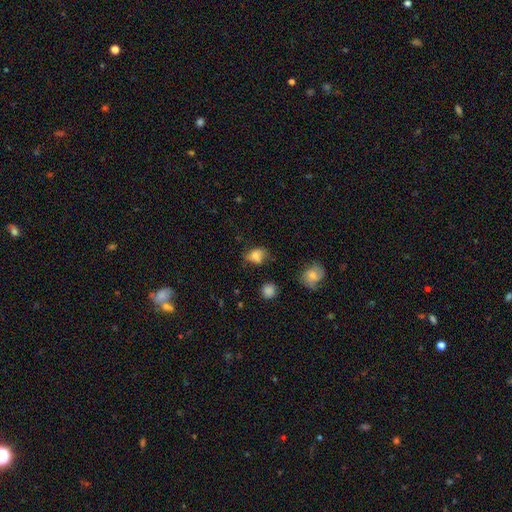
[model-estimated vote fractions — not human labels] The model was most divided on "merging": none: 59%, minor disturbance: 27%, major disturbance: 8%, merger: 5%. More confident: smooth or featured — smooth (74%); how rounded — in between (69%).